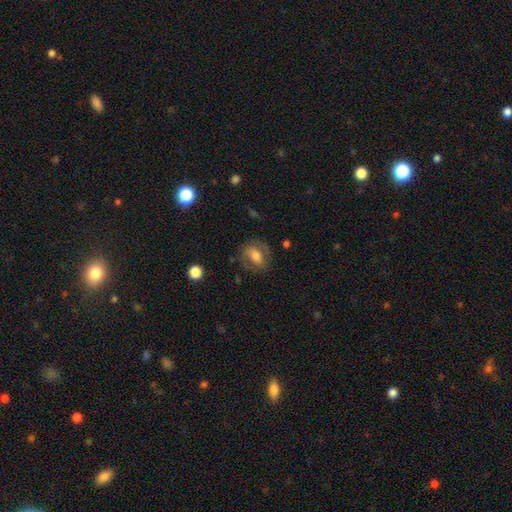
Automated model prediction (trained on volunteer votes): Smooth or featured: smooth — 55% (featured or disk — 37%)
How rounded: in between — 58% (round — 40%)
Merging: none — 72% (minor disturbance — 17%)